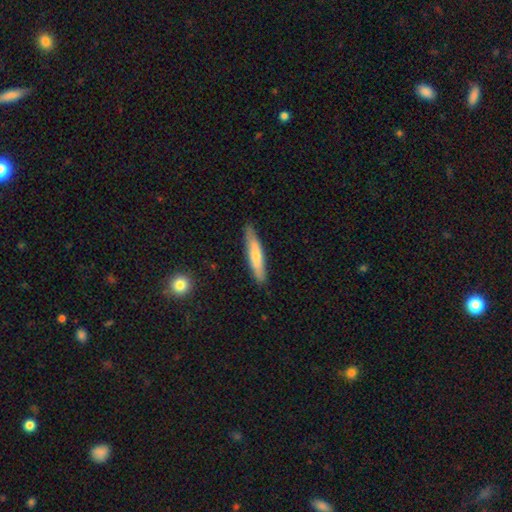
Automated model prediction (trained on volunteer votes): Q: Smooth or featured?
A: smooth (63%); runner-up: featured or disk (32%)
Q: How rounded?
A: cigar-shaped (86%); runner-up: in between (13%)
Q: Merging?
A: none (85%); runner-up: minor disturbance (12%)